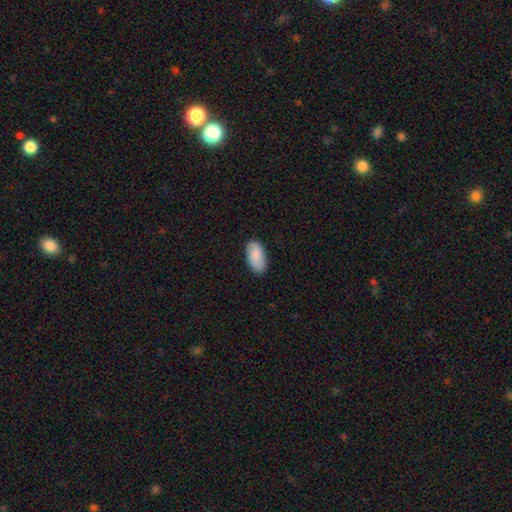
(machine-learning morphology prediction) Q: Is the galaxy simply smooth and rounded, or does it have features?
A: smooth — 85%.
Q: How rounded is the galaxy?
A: in between — 95%.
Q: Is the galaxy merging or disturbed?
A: none — 85%.